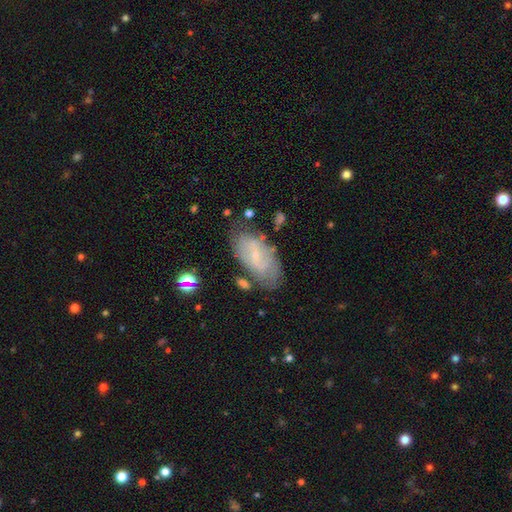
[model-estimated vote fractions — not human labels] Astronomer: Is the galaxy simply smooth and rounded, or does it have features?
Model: featured or disk — 58%.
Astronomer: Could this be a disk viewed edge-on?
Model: no — 91%.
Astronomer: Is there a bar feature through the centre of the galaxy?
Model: no — 49% (runner-up: weak, 38%).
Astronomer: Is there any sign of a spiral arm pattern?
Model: yes — 63%.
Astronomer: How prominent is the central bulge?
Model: small — 81%.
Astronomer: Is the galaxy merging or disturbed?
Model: none — 67%.